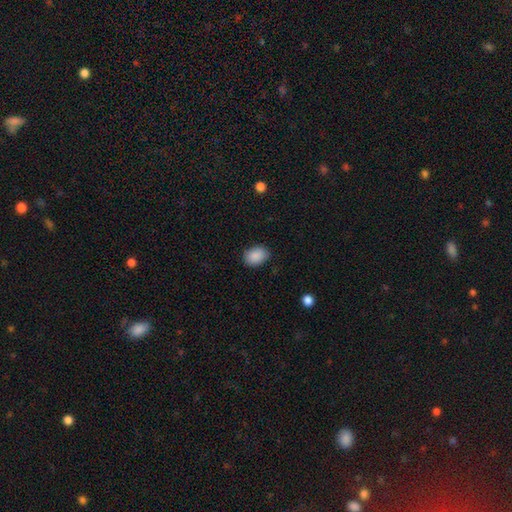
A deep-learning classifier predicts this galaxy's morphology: This is clearly a smooth galaxy (89%). How rounded: likely in between (76%). Merging: clearly none (83%).